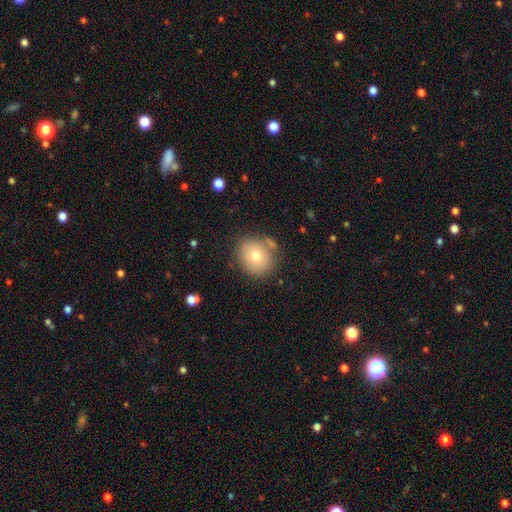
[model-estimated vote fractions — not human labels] Smooth or featured? Predicted: smooth (p=0.73). How rounded? Predicted: round (p=0.84). Merging? Predicted: none (p=0.77).